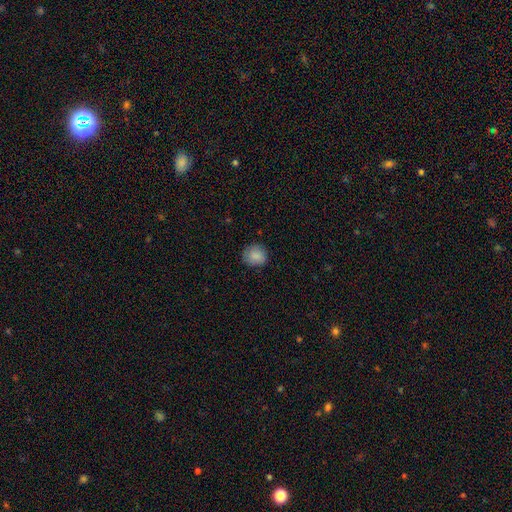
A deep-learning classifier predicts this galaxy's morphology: smooth 86%, star or artifact 8%, featured or disk 6%. Down the decision tree: how rounded — round (83%); merging — none (83%).